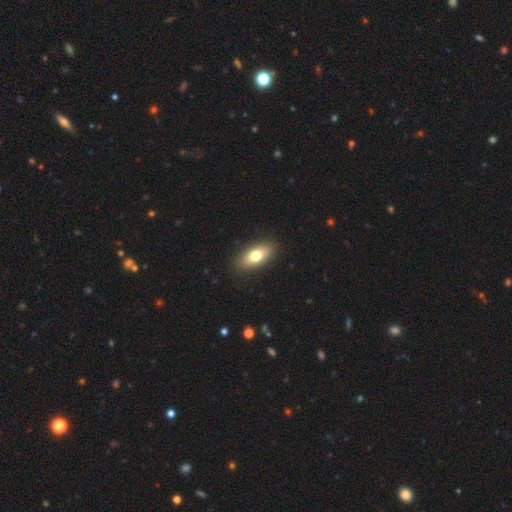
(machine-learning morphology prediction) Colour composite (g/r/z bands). It shows a smooth galaxy with no disk features (74%) that is in between round and cigar-shaped (84%). Merging: none (88%).